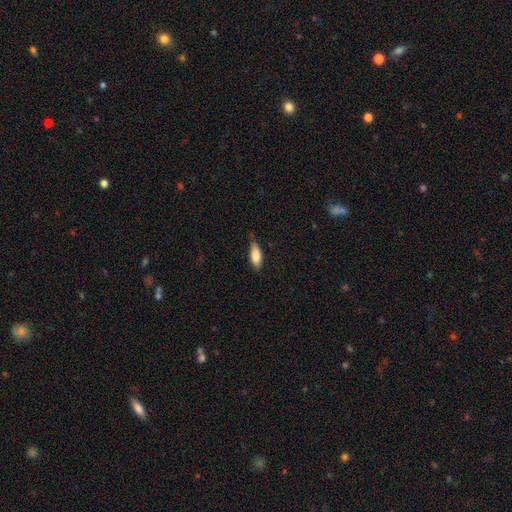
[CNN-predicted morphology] Smooth or featured? smooth (82%)
How rounded? in between (75%)
Merging? none (72%)